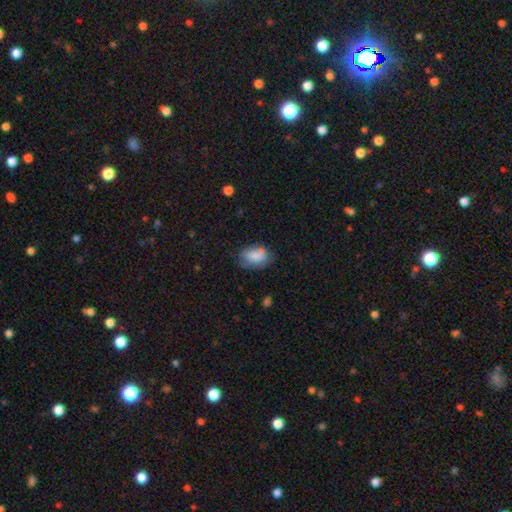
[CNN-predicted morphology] smooth 79%, featured or disk 13%, star or artifact 8%. Down the decision tree: how rounded — in between (84%); merging — none (54%).